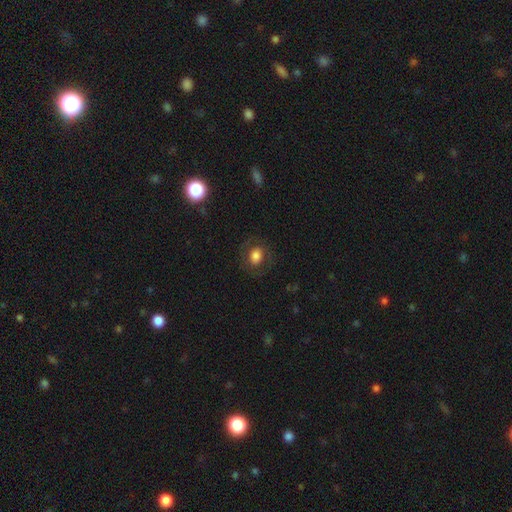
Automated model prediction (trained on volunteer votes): Overall: smooth (73%). How rounded: round (54%; in between 45%). Merging: none (79%).